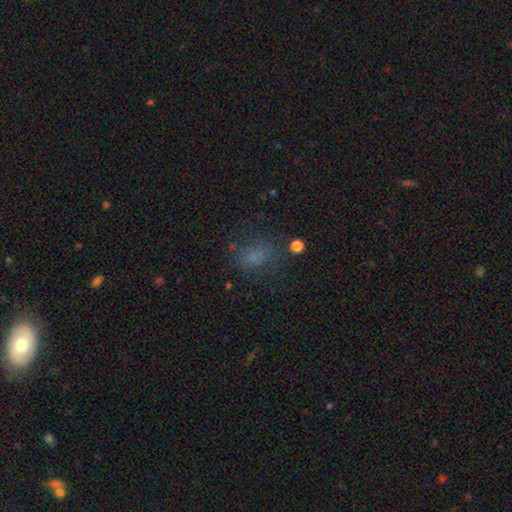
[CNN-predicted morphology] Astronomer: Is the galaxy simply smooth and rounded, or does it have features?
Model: smooth — 67%.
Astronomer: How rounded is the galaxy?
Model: in between — 58% (runner-up: round, 40%).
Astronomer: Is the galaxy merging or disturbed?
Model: none — 63%.